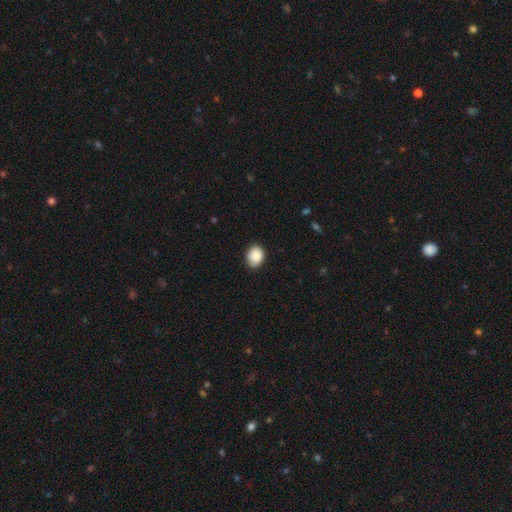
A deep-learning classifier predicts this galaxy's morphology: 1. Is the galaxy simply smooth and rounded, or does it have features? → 87% smooth, 7% star or artifact, 5% featured or disk.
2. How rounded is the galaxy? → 51% round, 48% in between, 1% cigar-shaped.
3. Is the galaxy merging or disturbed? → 79% none, 17% minor disturbance, 3% major disturbance, 1% merger.